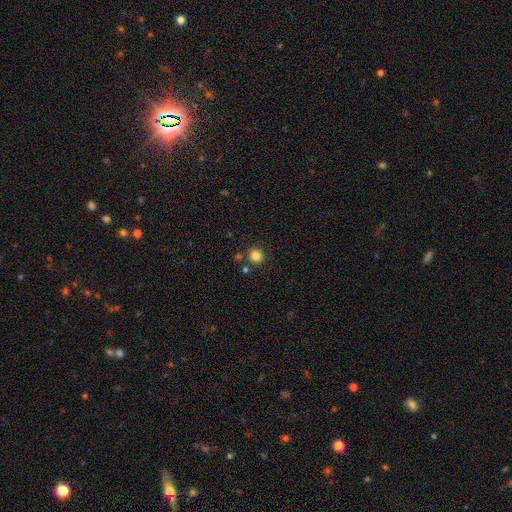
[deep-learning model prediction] A smooth galaxy with no disk features (83%) that is round (91%).

Vote fractions:
- Smooth or featured? smooth: 83% / star or artifact: 12% / featured or disk: 5%
- How rounded? round: 91% / in between: 8% / cigar-shaped: 1%
- Merging? none: 83% / minor disturbance: 7% / merger: 7% / major disturbance: 2%